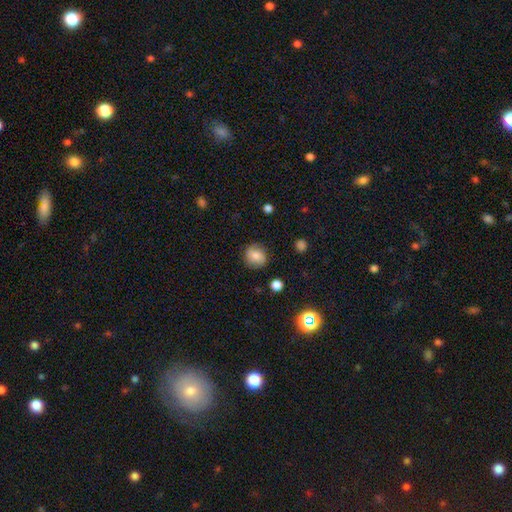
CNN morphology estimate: Overall: smooth (82%). How rounded: round (86%). Merging: none (86%).